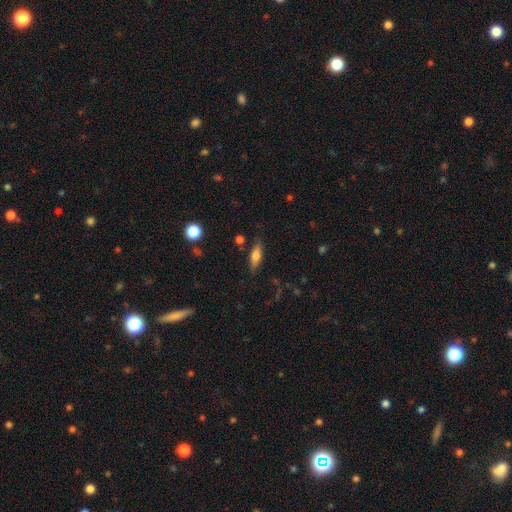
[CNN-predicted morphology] Smooth or featured? smooth (68%)
How rounded? in between (52%)
Merging? none (81%)